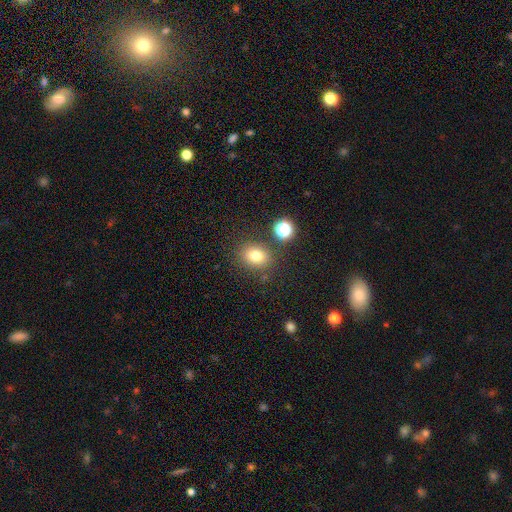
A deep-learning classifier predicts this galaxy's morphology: Smooth or featured: smooth — 76% (star or artifact — 15%)
How rounded: round — 62% (in between — 38%)
Merging: none — 80% (minor disturbance — 10%)